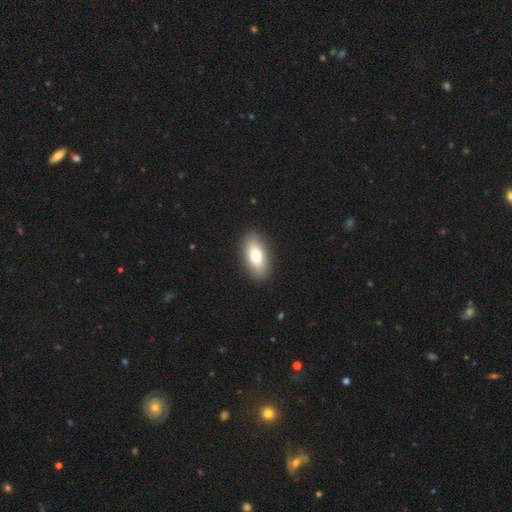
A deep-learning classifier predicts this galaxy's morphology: Q: Smooth or featured?
A: smooth (73%); runner-up: featured or disk (20%)
Q: How rounded?
A: in between (89%); runner-up: cigar-shaped (7%)
Q: Merging?
A: none (91%); runner-up: minor disturbance (6%)